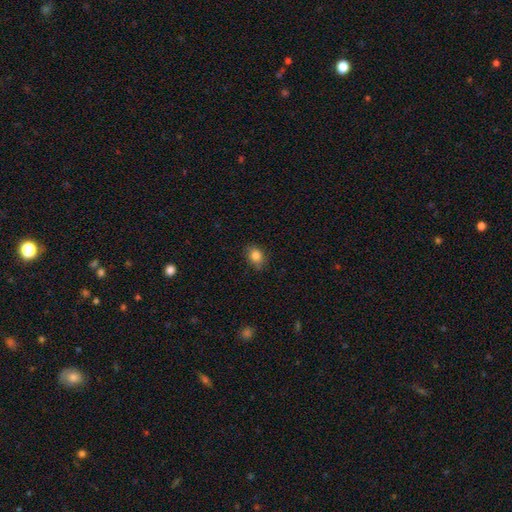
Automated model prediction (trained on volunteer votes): smooth 85%, star or artifact 10%, featured or disk 5%. Down the decision tree: how rounded — in between (61%); merging — none (82%).